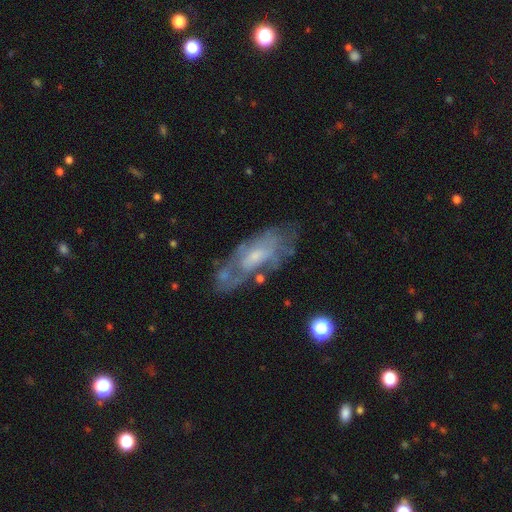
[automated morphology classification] Q: Smooth or featured?
A: featured or disk (68%); runner-up: smooth (24%)
Q: Edge-on disk?
A: no (86%); runner-up: yes (14%)
Q: Bar?
A: no (66%); runner-up: weak (29%)
Q: Spiral arms?
A: yes (61%); runner-up: no (39%)
Q: Bulge size?
A: small (56%); runner-up: moderate (32%)
Q: Merging?
A: none (61%); runner-up: minor disturbance (22%)